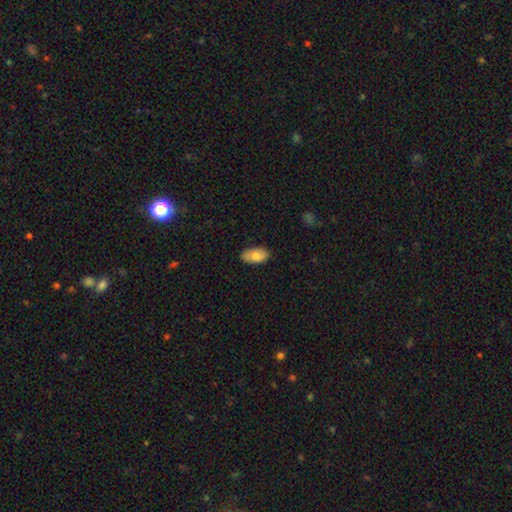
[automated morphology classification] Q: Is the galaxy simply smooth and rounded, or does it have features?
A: smooth — 77%.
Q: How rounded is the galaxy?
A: in between — 94%.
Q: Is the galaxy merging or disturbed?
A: none — 86%.